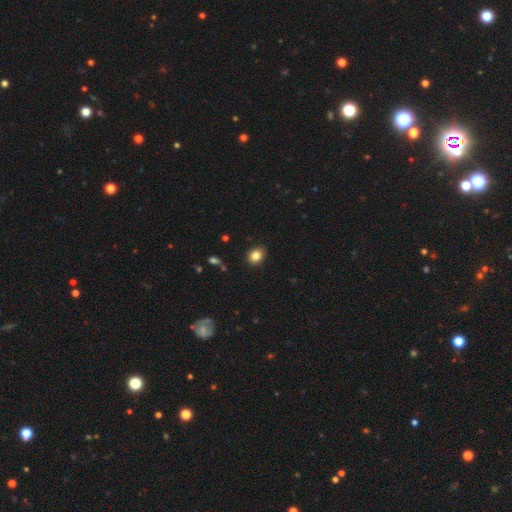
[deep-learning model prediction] A smooth galaxy with no disk features (84%) that is round (63%). Merging: none (89%).